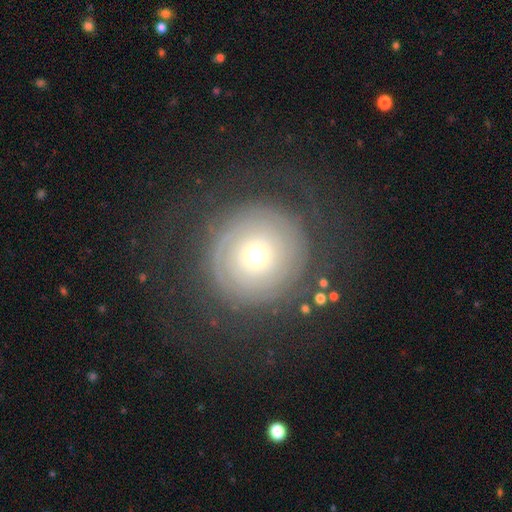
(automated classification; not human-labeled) Smooth or featured? Predicted: featured or disk (p=0.59). Edge-on disk? Predicted: no (p=0.96). Bar? Predicted: no (p=0.89). Spiral arms? Predicted: yes (p=0.69). Bulge size? Predicted: small (p=0.53). Merging? Predicted: none (p=0.75).